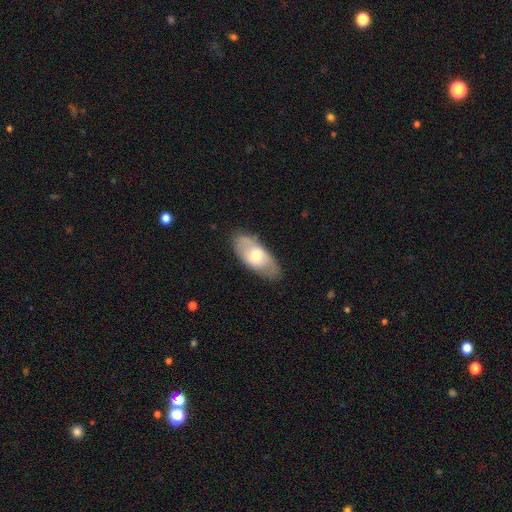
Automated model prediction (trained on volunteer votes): A smooth galaxy with no disk features (54%) that is in between round and cigar-shaped (88%). Merging: none (78%).